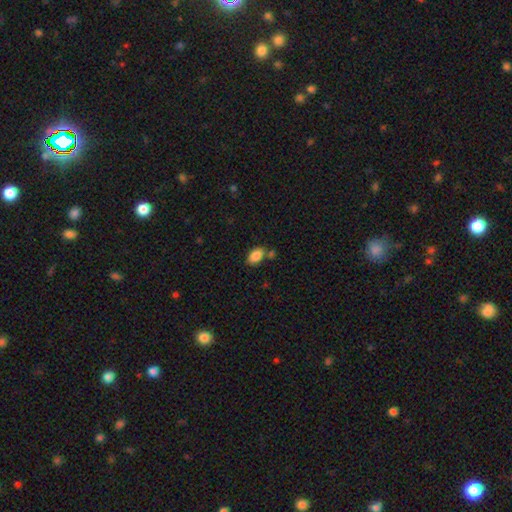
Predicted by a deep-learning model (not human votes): Smooth or featured: smooth — 87% (star or artifact — 8%)
How rounded: in between — 90% (round — 8%)
Merging: none — 68% (minor disturbance — 14%)